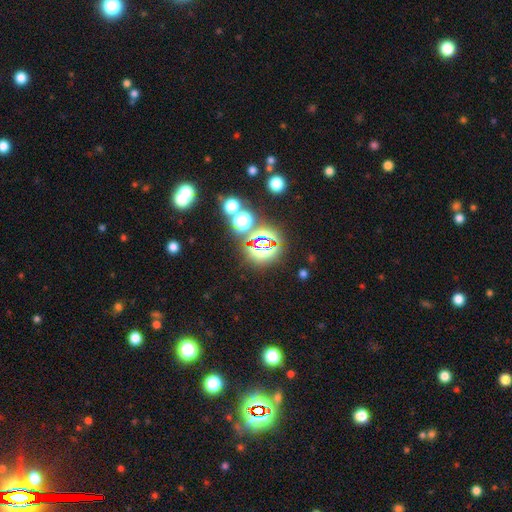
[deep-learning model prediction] Q: Smooth or featured?
A: star or artifact (73%); runner-up: smooth (19%)